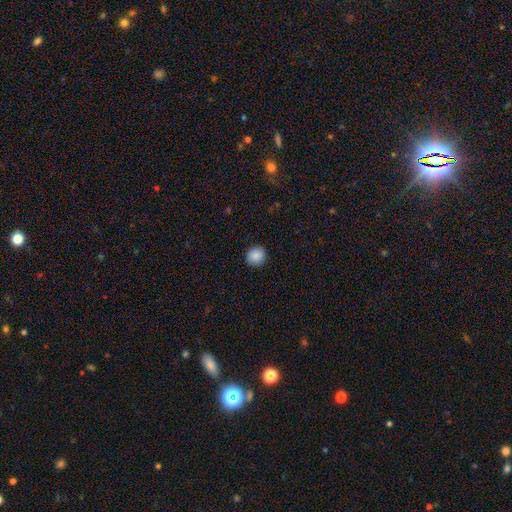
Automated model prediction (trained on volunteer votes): This appears to be a smooth galaxy with no disk features (89%) that is round (91%). Merging: none (92%).